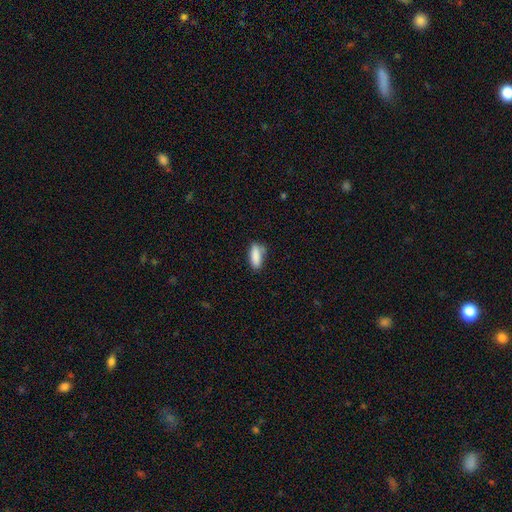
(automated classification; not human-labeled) A smooth galaxy with no disk features (86%) that is in between round and cigar-shaped (70%). Merging: none (66%).